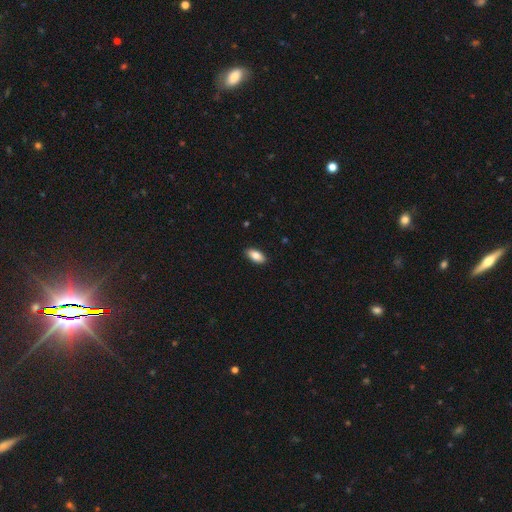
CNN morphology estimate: type=smooth (84%); roundness=in between (90%); merging=none (90%).